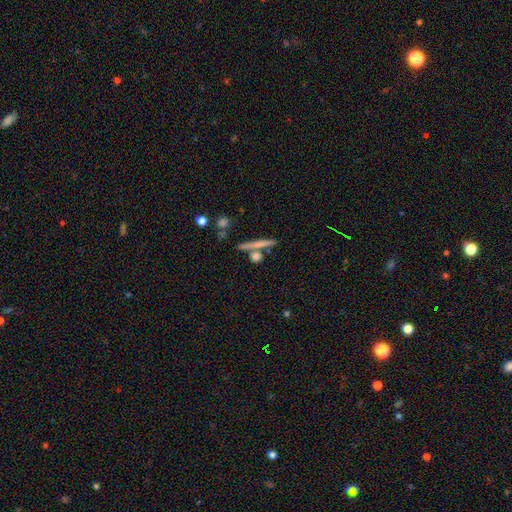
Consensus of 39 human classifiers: A smooth galaxy with no disk features (77%) that is round (50%). Merging: none (82%).